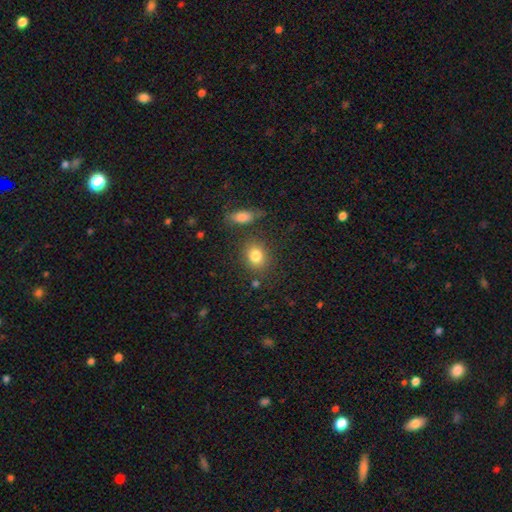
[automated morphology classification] Overall: smooth (82%). How rounded: in between (49%, tied with round). Merging: none (77%).